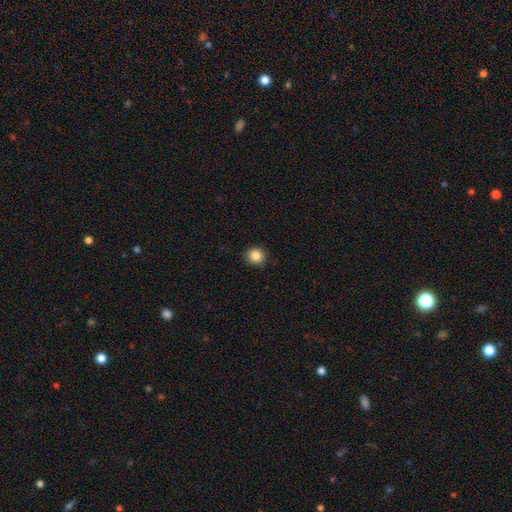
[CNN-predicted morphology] Overall: smooth (85%). How rounded: round (90%). Merging: none (89%).